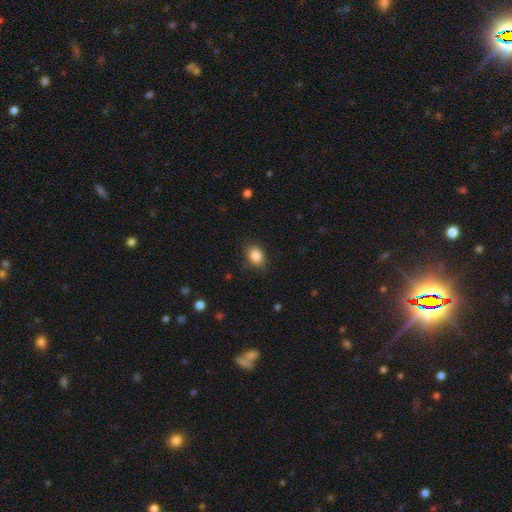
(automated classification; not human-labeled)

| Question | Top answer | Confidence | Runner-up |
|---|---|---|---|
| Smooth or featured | smooth | 86% | star or artifact (9%) |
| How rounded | in between | 68% | round (31%) |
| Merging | none | 81% | minor disturbance (14%) |